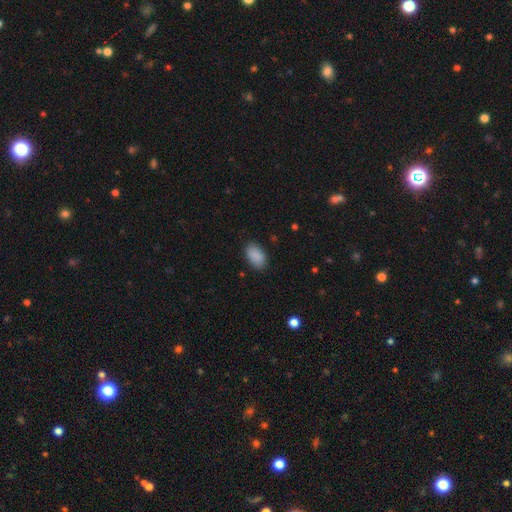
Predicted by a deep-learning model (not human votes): Smooth or featured: smooth — 89% (star or artifact — 7%)
How rounded: in between — 93% (round — 6%)
Merging: none — 84% (minor disturbance — 12%)